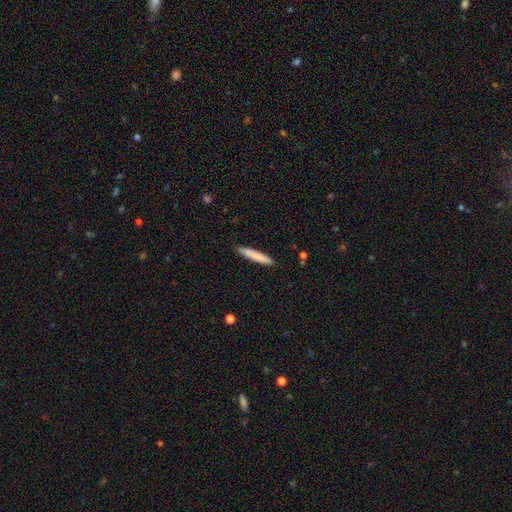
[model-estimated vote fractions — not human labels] This is likely a smooth galaxy (80%). How rounded: clearly cigar-shaped (93%). Merging: clearly none (89%).